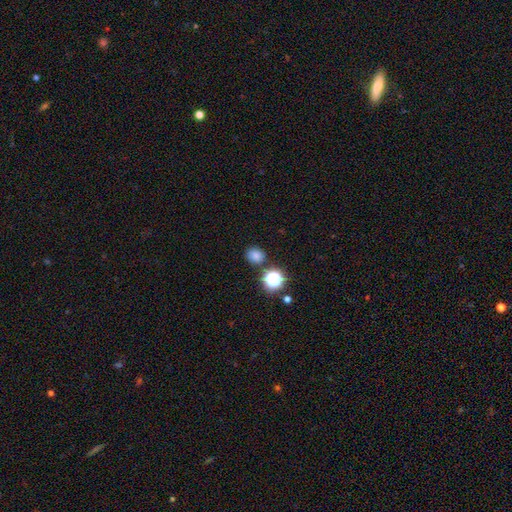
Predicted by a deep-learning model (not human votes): Smooth or featured? smooth (76%)
How rounded? round (77%)
Merging? none (81%)